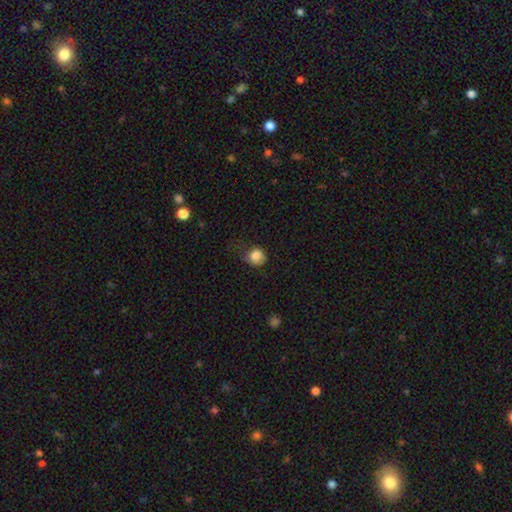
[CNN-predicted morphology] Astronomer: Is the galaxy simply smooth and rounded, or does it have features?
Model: smooth — 81%.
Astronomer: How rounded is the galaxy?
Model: round — 69%.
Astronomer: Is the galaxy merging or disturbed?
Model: none — 41% (runner-up: minor disturbance, 35%).